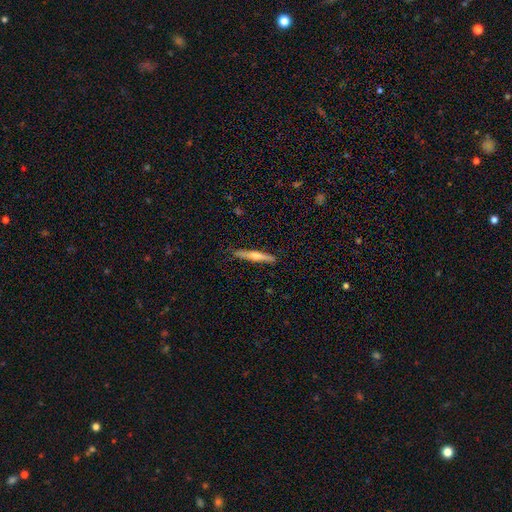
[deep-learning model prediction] Smooth or featured? Predicted: featured or disk (p=0.53). Edge-on disk? Predicted: yes (p=0.97). Edge-on bulge? Predicted: rounded (p=0.83). Merging? Predicted: none (p=0.89).